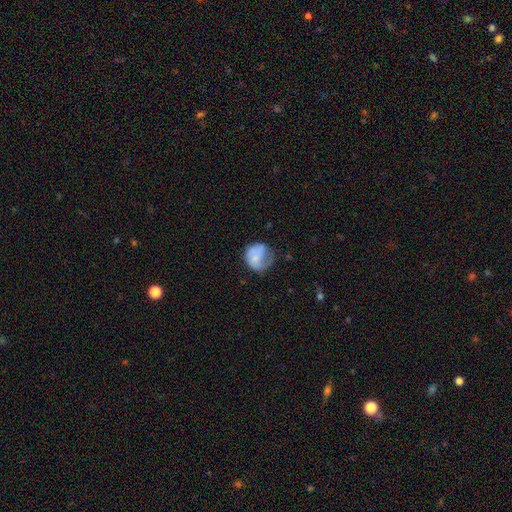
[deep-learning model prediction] Q: Smooth or featured?
A: smooth (65%); runner-up: featured or disk (27%)
Q: How rounded?
A: round (72%); runner-up: in between (27%)
Q: Merging?
A: none (35%); runner-up: minor disturbance (32%)